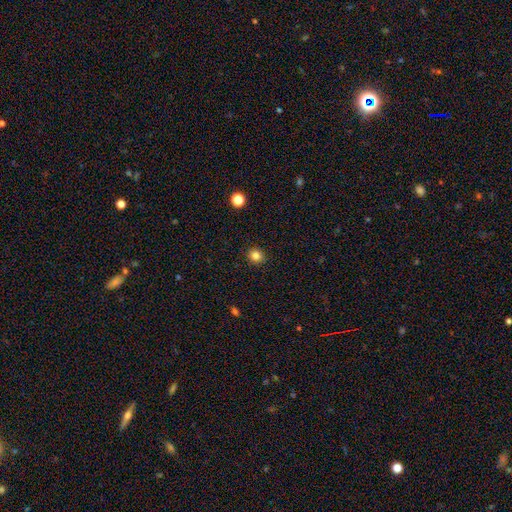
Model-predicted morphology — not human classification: This is clearly a smooth galaxy (83%). How rounded: clearly round (87%). Merging: clearly none (92%).